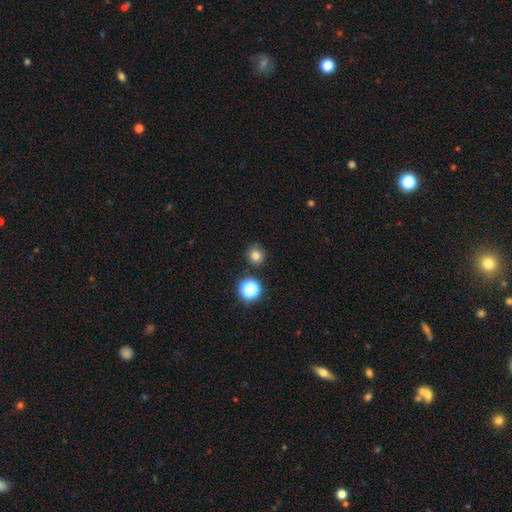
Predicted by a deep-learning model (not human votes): A smooth galaxy with no disk features (79%) that is round (93%). Merging: none (87%).